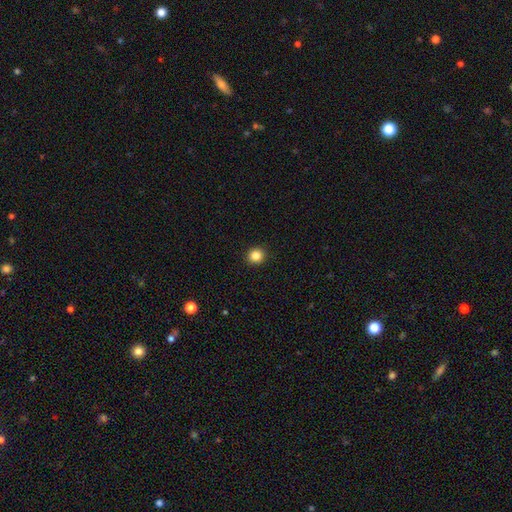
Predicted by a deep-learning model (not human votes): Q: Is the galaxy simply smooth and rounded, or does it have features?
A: smooth — 85%.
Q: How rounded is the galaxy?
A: round — 91%.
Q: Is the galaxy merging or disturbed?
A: none — 93%.